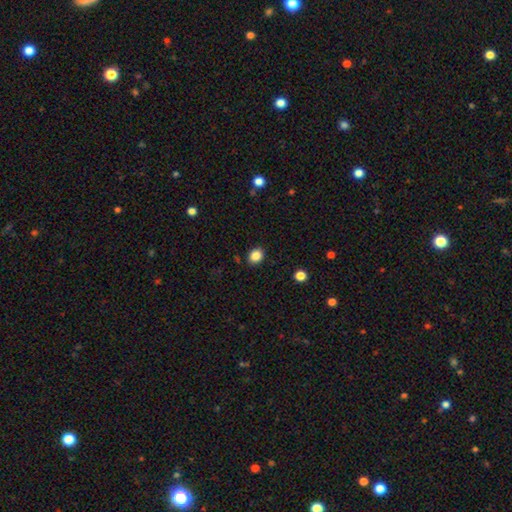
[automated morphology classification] Overall: smooth (87%). How rounded: round (51%; in between 48%). Merging: none (89%).